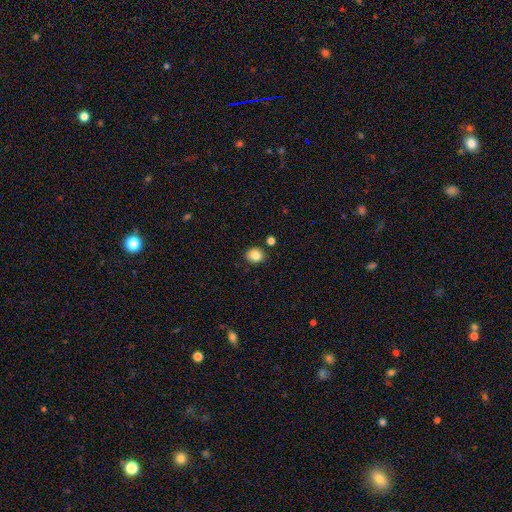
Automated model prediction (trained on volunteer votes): Smooth or featured? smooth (85%)
How rounded? round (71%)
Merging? none (85%)